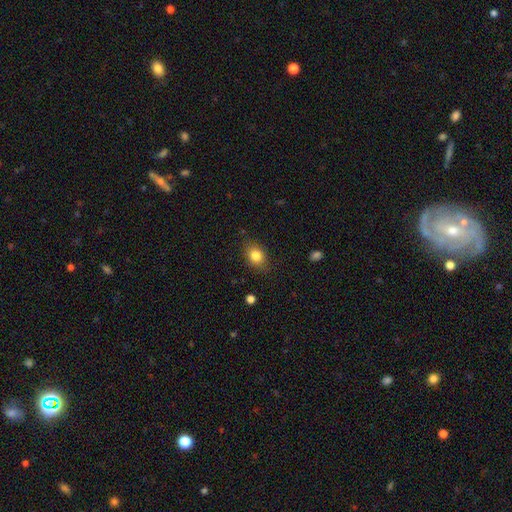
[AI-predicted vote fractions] A smooth galaxy with no disk features (83%) that is in between round and cigar-shaped (63%).

Vote fractions:
- Smooth or featured? smooth: 83% / star or artifact: 10% / featured or disk: 8%
- How rounded? in between: 63% / round: 35% / cigar-shaped: 1%
- Merging? none: 82% / minor disturbance: 13% / major disturbance: 3% / merger: 1%